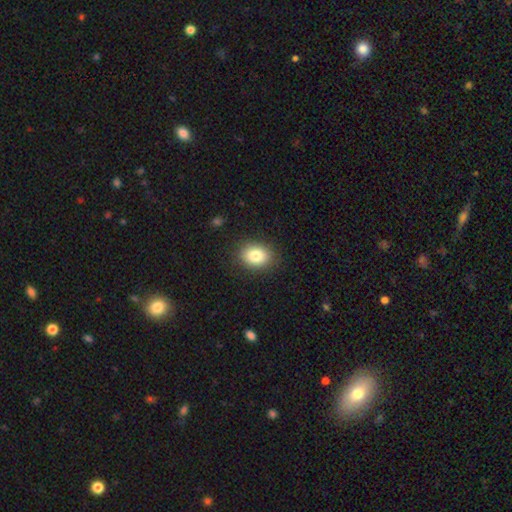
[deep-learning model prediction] Smooth or featured? Predicted: smooth (p=0.83). How rounded? Predicted: in between (p=0.59). Merging? Predicted: none (p=0.87).